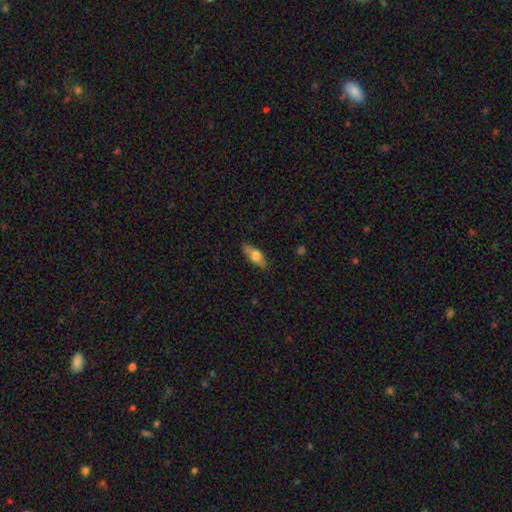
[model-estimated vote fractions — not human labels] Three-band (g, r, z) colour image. It shows a smooth galaxy with no disk features (65%) that is in between round and cigar-shaped (67%). Merging: none (85%).